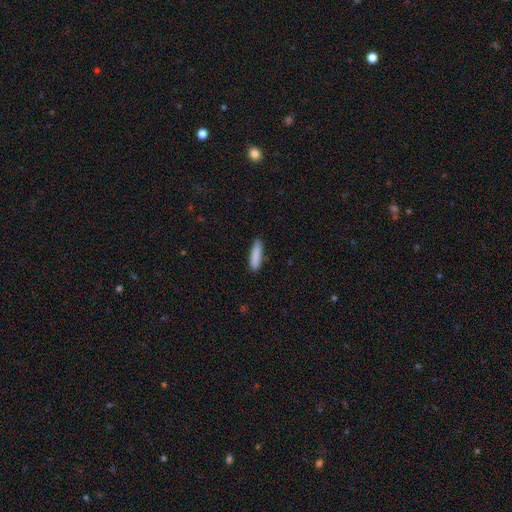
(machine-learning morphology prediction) smooth 89%, star or artifact 6%, featured or disk 5%. Down the decision tree: how rounded — cigar-shaped (70%); merging — none (87%).